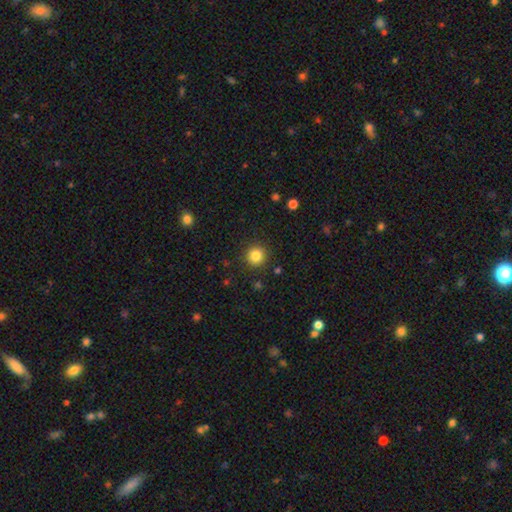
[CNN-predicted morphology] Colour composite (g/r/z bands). It shows a smooth galaxy with no disk features (84%) that is round (94%). Merging: none (91%).